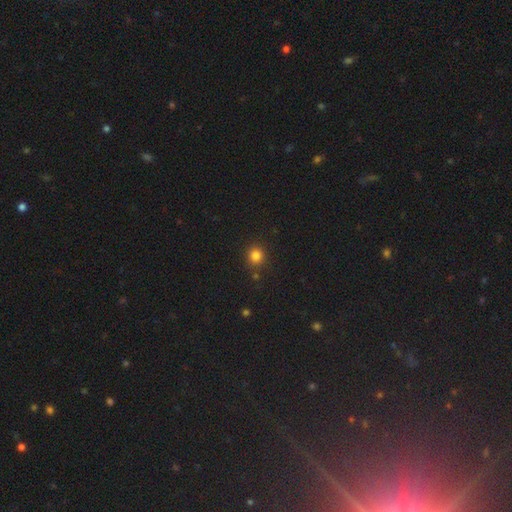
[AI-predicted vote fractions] The model was most divided on "smooth or featured": smooth: 82%, star or artifact: 14%, featured or disk: 5%. More confident: how rounded — round (90%); merging — none (84%).